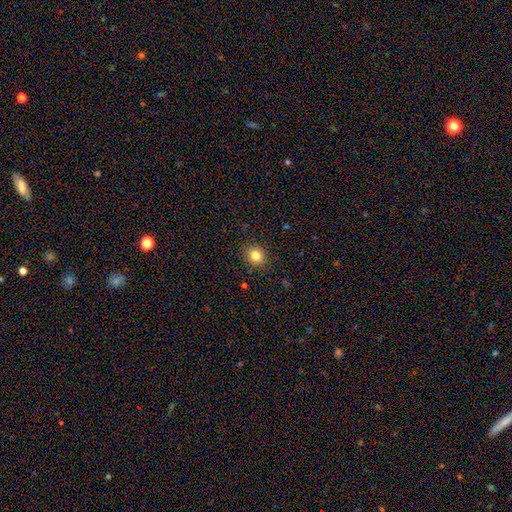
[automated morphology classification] A smooth galaxy with no disk features (82%) that is round (75%). Merging: none (89%).